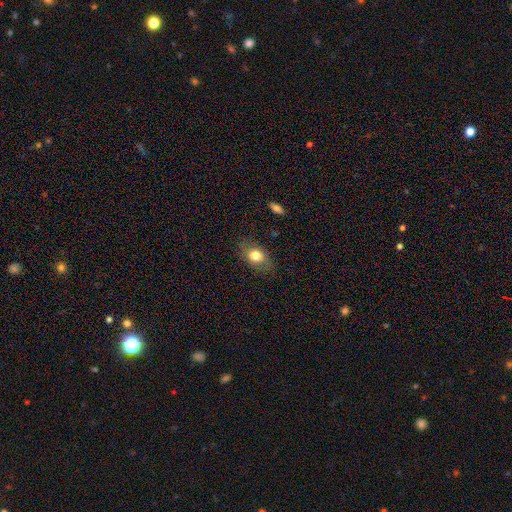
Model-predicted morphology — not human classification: Smooth or featured?
  - smooth: 76% *
  - featured or disk: 15%
  - star or artifact: 9%
How rounded?
  - in between: 73% *
  - round: 24%
  - cigar-shaped: 2%
Merging?
  - none: 78% *
  - minor disturbance: 16%
  - major disturbance: 5%
  - merger: 1%